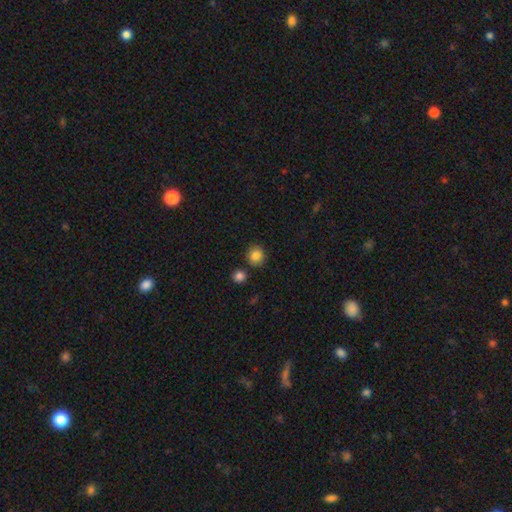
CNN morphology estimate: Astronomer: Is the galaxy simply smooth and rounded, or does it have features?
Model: smooth — 86%.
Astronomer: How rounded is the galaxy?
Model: round — 88%.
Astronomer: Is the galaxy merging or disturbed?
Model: none — 82%.